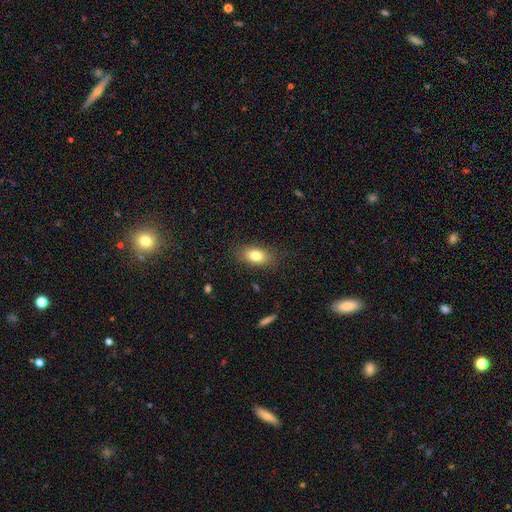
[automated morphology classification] Overall: smooth (80%). How rounded: in between (87%). Merging: none (83%).